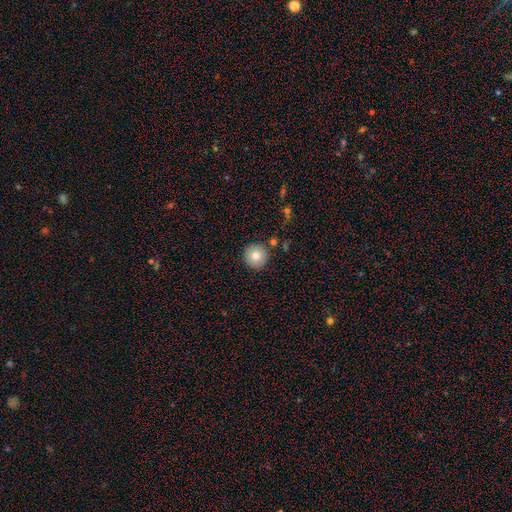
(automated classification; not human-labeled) Q: Smooth or featured?
A: smooth (80%); runner-up: featured or disk (10%)
Q: How rounded?
A: round (96%); runner-up: in between (3%)
Q: Merging?
A: none (88%); runner-up: minor disturbance (7%)